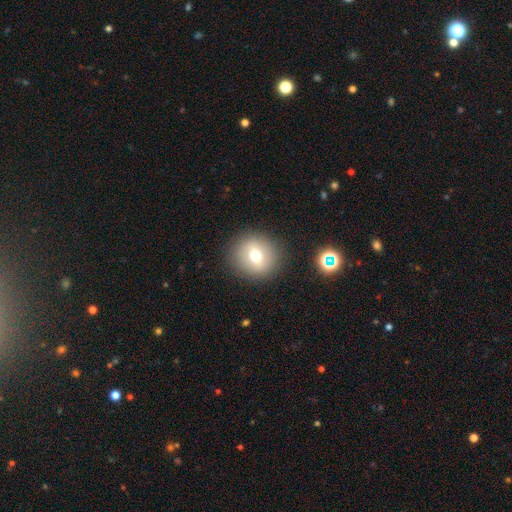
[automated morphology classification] Q: Smooth or featured?
A: smooth (69%); runner-up: featured or disk (20%)
Q: How rounded?
A: round (88%); runner-up: in between (11%)
Q: Merging?
A: none (88%); runner-up: minor disturbance (7%)